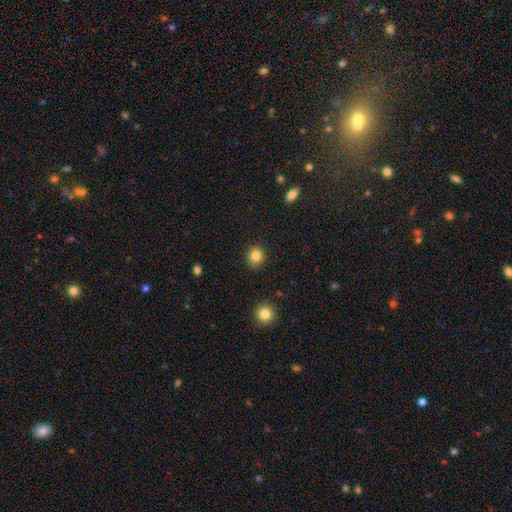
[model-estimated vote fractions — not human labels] A smooth galaxy with no disk features (84%) that is round (88%). Merging: none (90%).